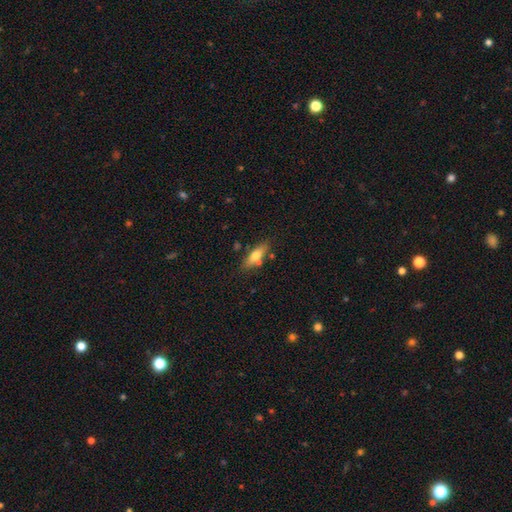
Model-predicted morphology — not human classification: Smooth or featured: smooth — 67% (featured or disk — 26%)
How rounded: in between — 56% (cigar-shaped — 42%)
Merging: none — 75% (minor disturbance — 14%)